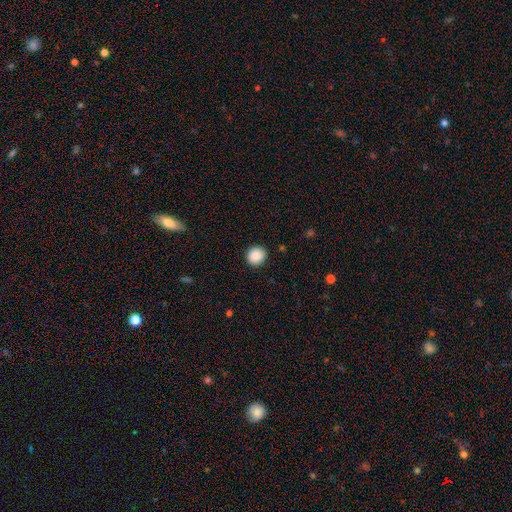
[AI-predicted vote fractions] A smooth galaxy with no disk features (88%) that is round (88%). Merging: none (89%).